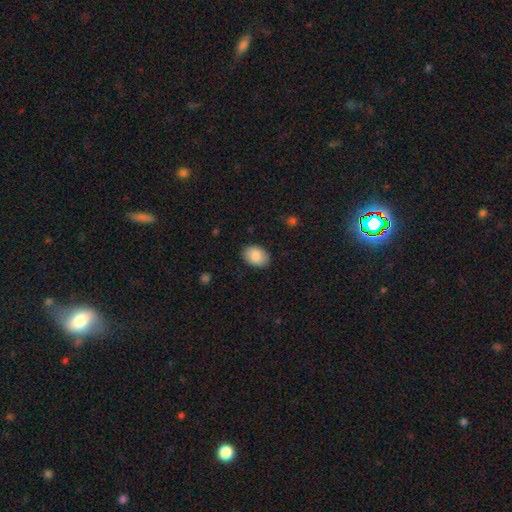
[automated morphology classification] smooth-or-featured: smooth: 86% | featured or disk: 7% | star or artifact: 7%
  how-rounded: in between: 74% | round: 25% | cigar-shaped: 1%
  merging: none: 87% | minor disturbance: 10% | major disturbance: 2% | merger: 1%